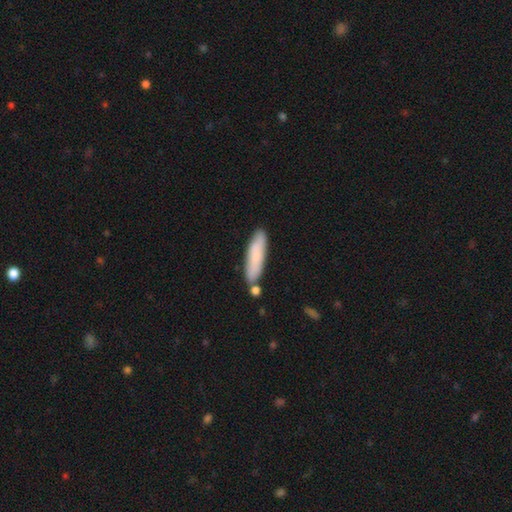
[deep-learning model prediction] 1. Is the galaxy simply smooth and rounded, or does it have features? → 77% smooth, 17% featured or disk, 6% star or artifact.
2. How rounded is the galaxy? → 75% cigar-shaped, 24% in between, 1% round.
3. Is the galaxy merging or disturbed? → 76% none, 13% minor disturbance, 8% merger, 3% major disturbance.